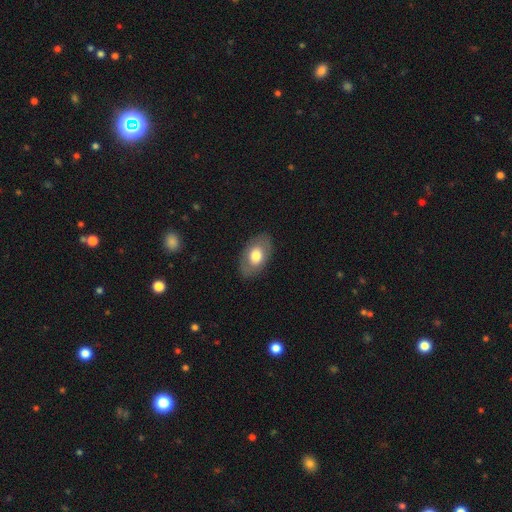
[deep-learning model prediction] Morphology: type=smooth (65%); roundness=in between (91%); merging=none (84%).